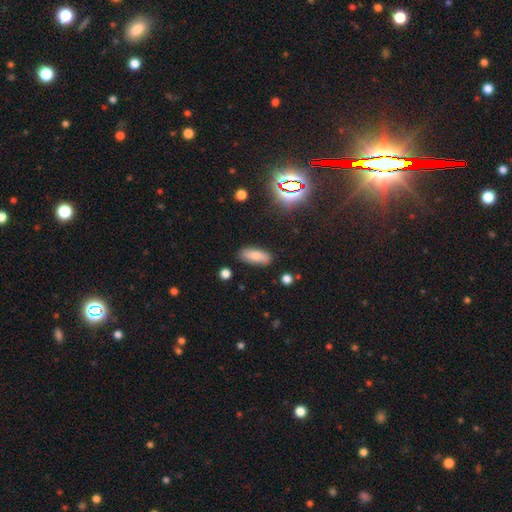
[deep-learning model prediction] A smooth galaxy with no disk features (78%) that is in between round and cigar-shaped (74%). Merging: none (85%).